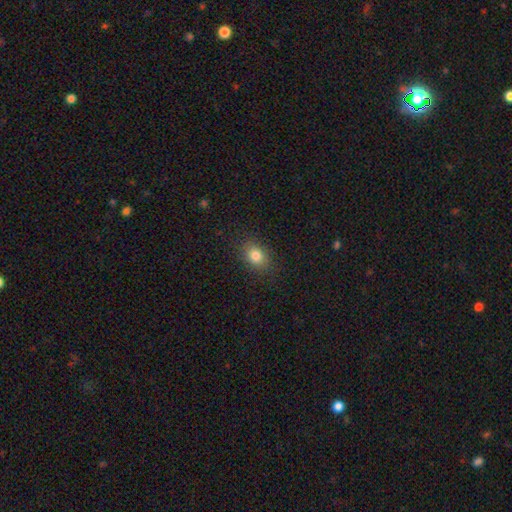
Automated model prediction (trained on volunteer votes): Overall: smooth (82%). How rounded: in between (65%; round 34%). Merging: none (86%).